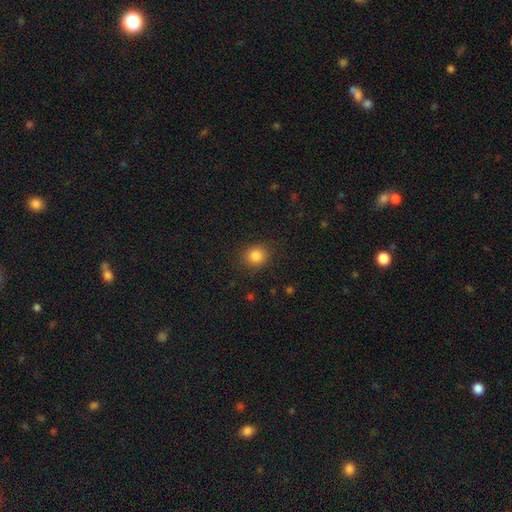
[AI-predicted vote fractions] A smooth galaxy with no disk features (85%) that is round (82%).

Vote fractions:
- Smooth or featured? smooth: 85% / star or artifact: 11% / featured or disk: 4%
- How rounded? round: 82% / in between: 17% / cigar-shaped: 1%
- Merging? none: 87% / minor disturbance: 9% / major disturbance: 3% / merger: 1%